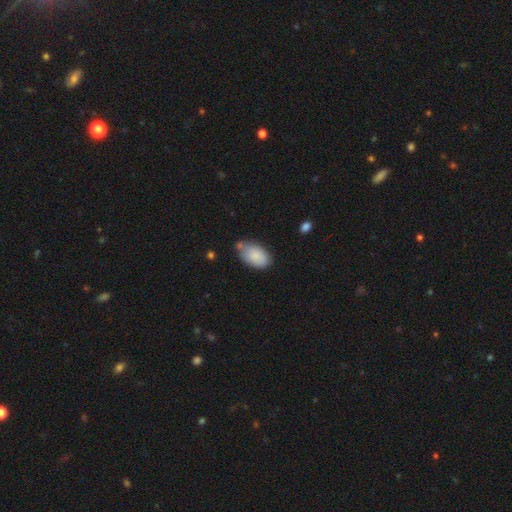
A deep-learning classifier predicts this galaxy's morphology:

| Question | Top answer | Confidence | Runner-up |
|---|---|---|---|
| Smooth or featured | smooth | 85% | featured or disk (9%) |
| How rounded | in between | 94% | round (5%) |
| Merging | none | 58% | minor disturbance (28%) |